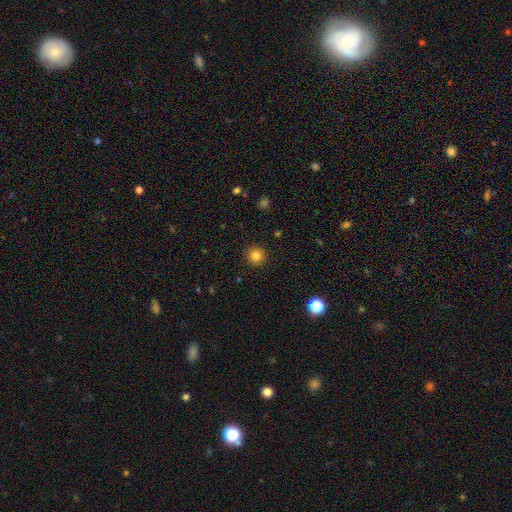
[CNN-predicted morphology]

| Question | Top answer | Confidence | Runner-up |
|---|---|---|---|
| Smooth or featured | smooth | 83% | star or artifact (12%) |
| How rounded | round | 94% | in between (5%) |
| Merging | none | 92% | minor disturbance (6%) |